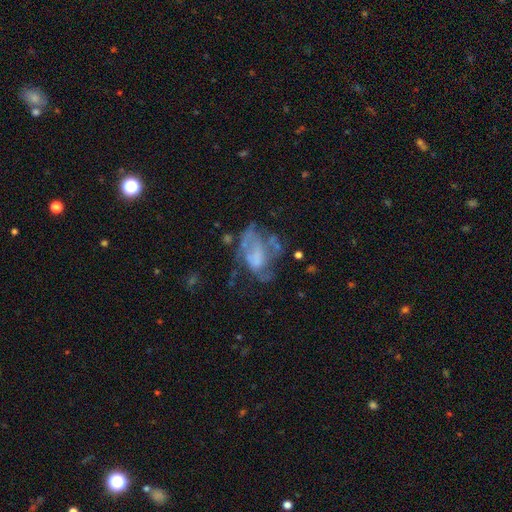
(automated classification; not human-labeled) The model was most divided on "merging": major disturbance: 40%, none: 30%, minor disturbance: 20%, merger: 10%. Remaining: edge-on disk — no (97%); bar — no (71%); spiral arms — no (63%); smooth or featured — featured or disk (61%); bulge size — none (49%).